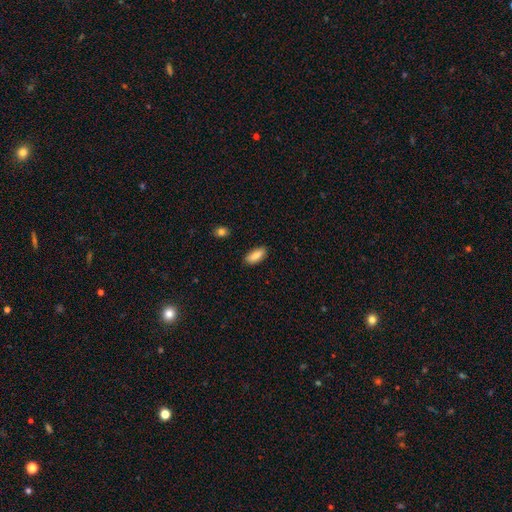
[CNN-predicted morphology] The model was most divided on "how rounded": in between: 82%, cigar-shaped: 16%, round: 2%. More confident: merging — none (87%); smooth or featured — smooth (85%).